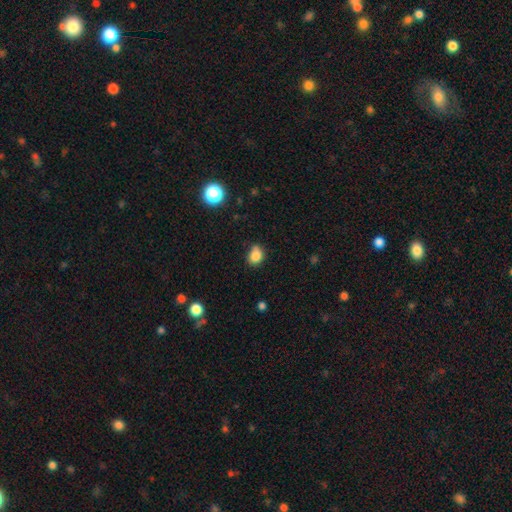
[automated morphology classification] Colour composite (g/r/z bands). It shows a smooth galaxy with no disk features (84%) that is in between round and cigar-shaped (51%). Merging: none (63%).